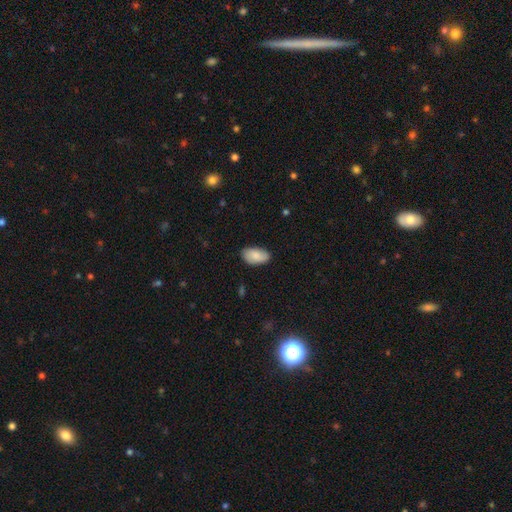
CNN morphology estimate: type=smooth (82%); roundness=in between (95%); merging=none (82%).